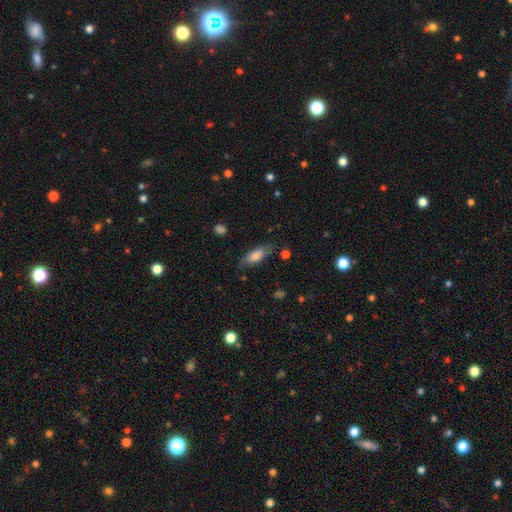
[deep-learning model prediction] Q: Smooth or featured?
A: smooth (77%); runner-up: featured or disk (16%)
Q: How rounded?
A: in between (67%); runner-up: cigar-shaped (31%)
Q: Merging?
A: none (76%); runner-up: minor disturbance (17%)